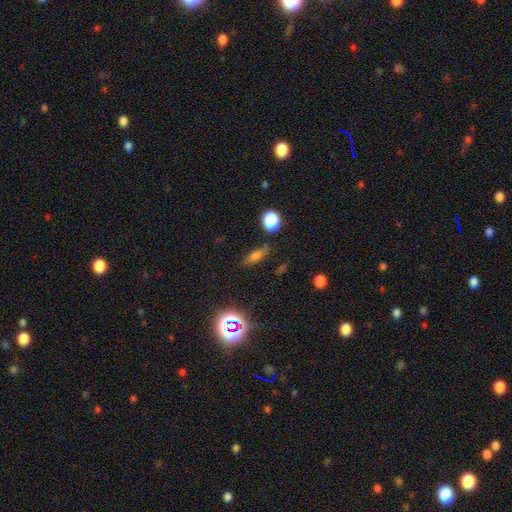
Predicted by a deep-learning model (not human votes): smooth-or-featured: smooth: 63% | star or artifact: 20% | featured or disk: 17%
  how-rounded: in between: 55% | cigar-shaped: 36% | round: 9%
  merging: none: 78% | minor disturbance: 14% | major disturbance: 4% | merger: 4%